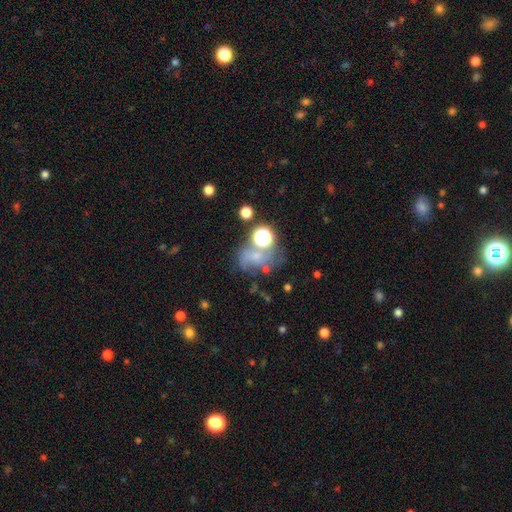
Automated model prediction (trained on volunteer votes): Q: Smooth or featured?
A: smooth (39%); runner-up: featured or disk (32%)
Q: Merging?
A: none (35%); runner-up: major disturbance (27%)